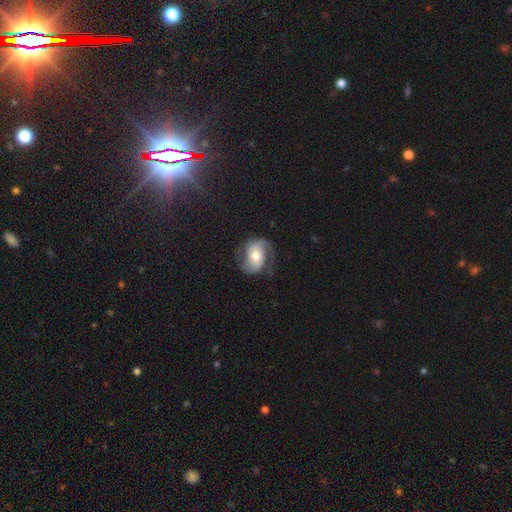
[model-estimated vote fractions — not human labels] smooth_or_featured: featured or disk (p=0.71) [alt: smooth p=0.23]
disk_edge_on: no (p=0.97) [alt: yes p=0.03]
bar: no (p=0.58) [alt: weak p=0.29]
has_spiral_arms: yes (p=0.90) [alt: no p=0.10]
spiral_winding: medium (p=0.44) [alt: loose p=0.35]
spiral_arm_count: 2 (p=0.88) [alt: can't tell p=0.05]
bulge_size: moderate (p=0.71) [alt: small p=0.15]
merging: none (p=0.69) [alt: minor disturbance p=0.18]